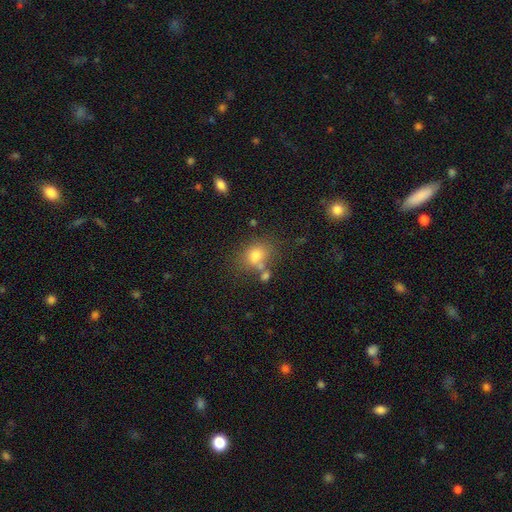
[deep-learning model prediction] Q: Smooth or featured?
A: smooth (76%); runner-up: star or artifact (13%)
Q: How rounded?
A: in between (56%); runner-up: round (43%)
Q: Merging?
A: none (60%); runner-up: merger (18%)